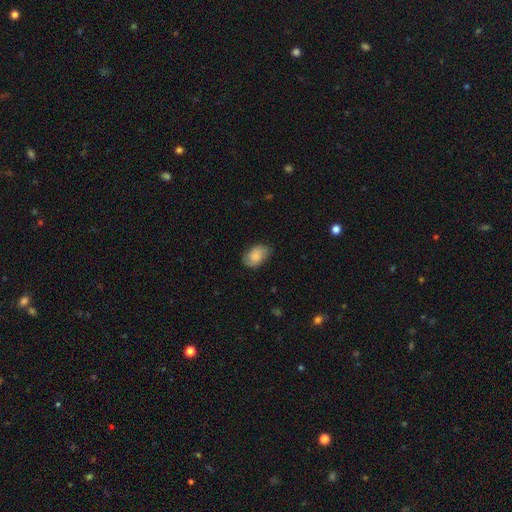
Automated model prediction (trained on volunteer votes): smooth_or_featured: smooth (p=0.82) [alt: featured or disk p=0.12]
how_rounded: in between (p=0.88) [alt: round p=0.11]
merging: none (p=0.74) [alt: minor disturbance p=0.21]